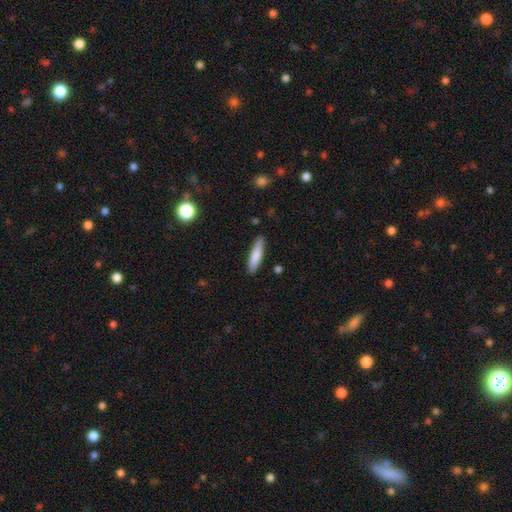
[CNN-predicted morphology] smooth-or-featured: smooth: 81% | featured or disk: 13% | star or artifact: 6%
  how-rounded: cigar-shaped: 79% | in between: 19% | round: 1%
  merging: none: 87% | minor disturbance: 10% | major disturbance: 2% | merger: 1%